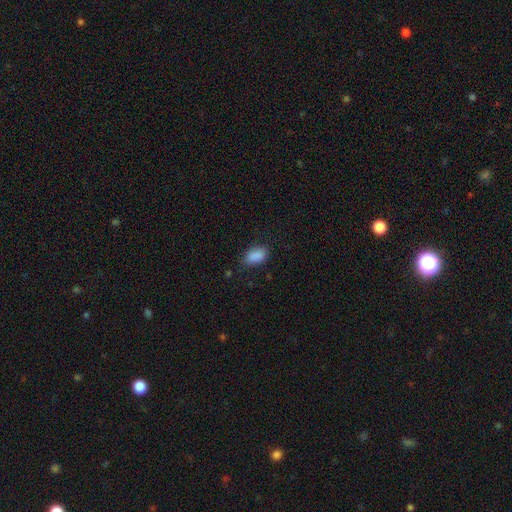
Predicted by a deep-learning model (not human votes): This is clearly a smooth galaxy (88%). How rounded: clearly in between (91%). Merging: likely none (77%).